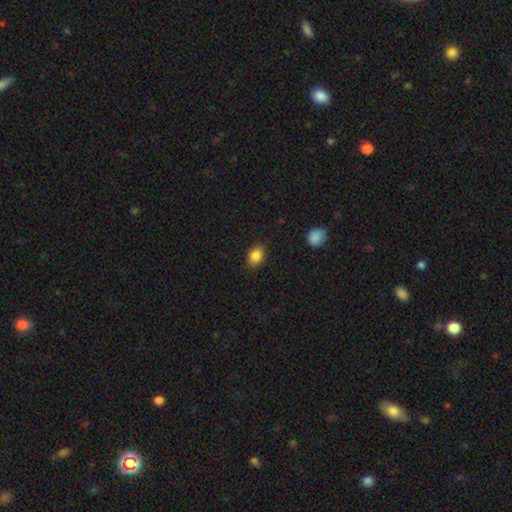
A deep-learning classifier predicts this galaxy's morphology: This is clearly a smooth galaxy (85%). How rounded: likely in between (68%). Merging: clearly none (84%).